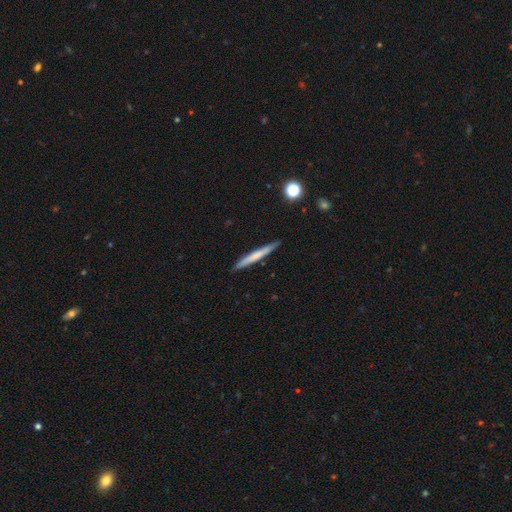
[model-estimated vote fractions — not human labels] smooth-or-featured: smooth: 58% | featured or disk: 36% | star or artifact: 6%
  how-rounded: cigar-shaped: 96% | in between: 2% | round: 1%
  merging: none: 89% | minor disturbance: 8% | major disturbance: 1% | merger: 1%